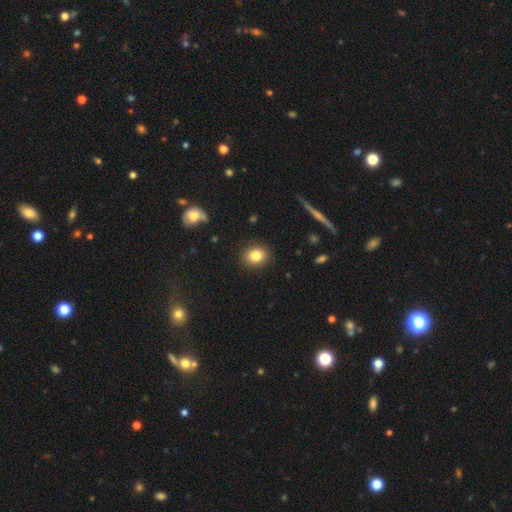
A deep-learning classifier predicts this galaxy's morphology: This appears to be a smooth galaxy with no disk features (84%) that is round (55%). Merging: none (88%).